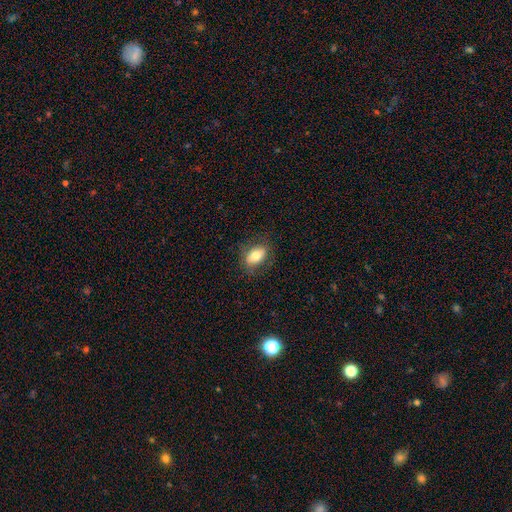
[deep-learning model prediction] Overall: smooth (76%). How rounded: in between (83%). Merging: none (80%).